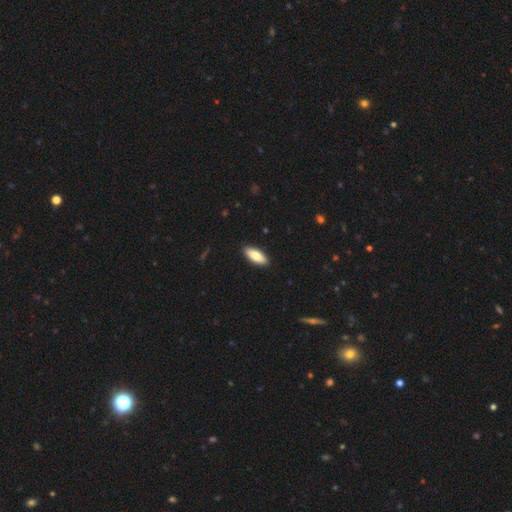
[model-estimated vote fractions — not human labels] A smooth galaxy with no disk features (82%) that is in between round and cigar-shaped (78%). Merging: none (90%).